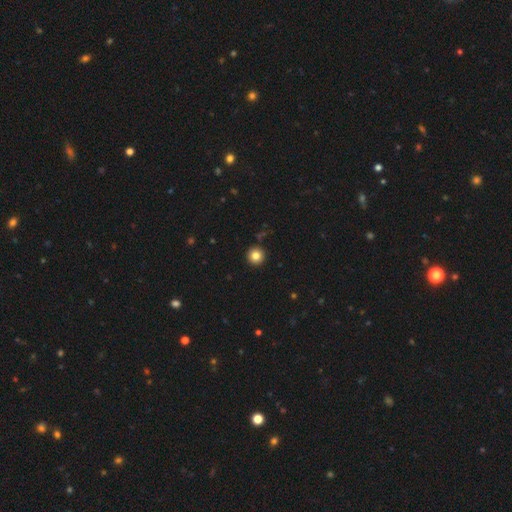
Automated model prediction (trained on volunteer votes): A smooth galaxy with no disk features (83%) that is round (96%).

Vote fractions:
- Smooth or featured? smooth: 83% / star or artifact: 11% / featured or disk: 6%
- How rounded? round: 96% / in between: 3% / cigar-shaped: 1%
- Merging? none: 93% / minor disturbance: 4% / major disturbance: 1% / merger: 1%